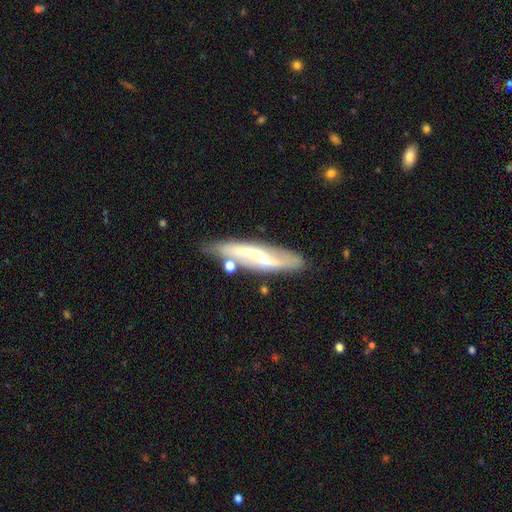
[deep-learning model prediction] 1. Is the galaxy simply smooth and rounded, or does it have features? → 63% featured or disk, 30% smooth, 7% star or artifact.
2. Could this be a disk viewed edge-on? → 61% no, 39% yes.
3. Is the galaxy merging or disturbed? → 69% none, 18% minor disturbance, 7% merger, 5% major disturbance.